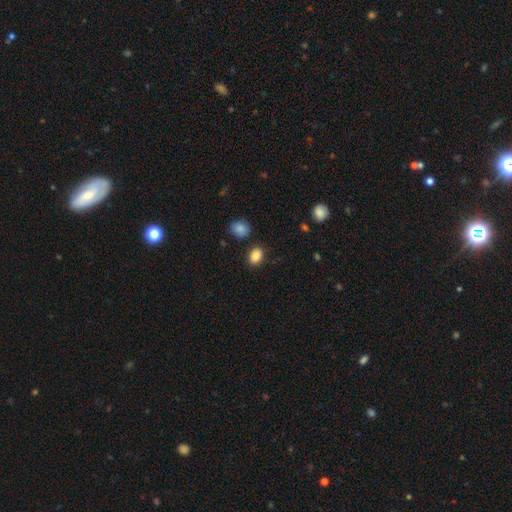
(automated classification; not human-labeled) This is clearly a smooth galaxy (87%). How rounded: likely in between (72%). Merging: clearly none (83%).